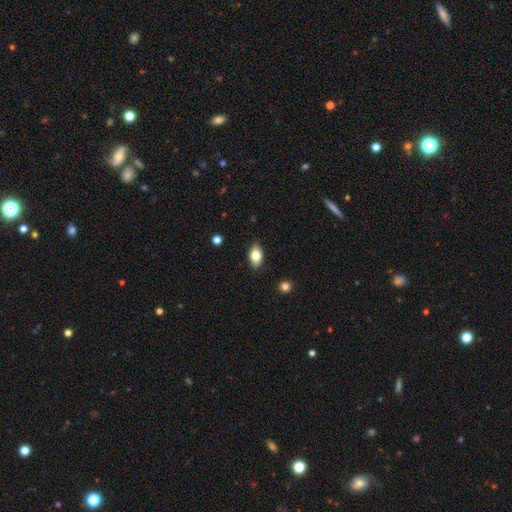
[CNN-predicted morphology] Smooth or featured: smooth — 78% (featured or disk — 14%)
How rounded: in between — 91% (round — 6%)
Merging: none — 88% (minor disturbance — 9%)